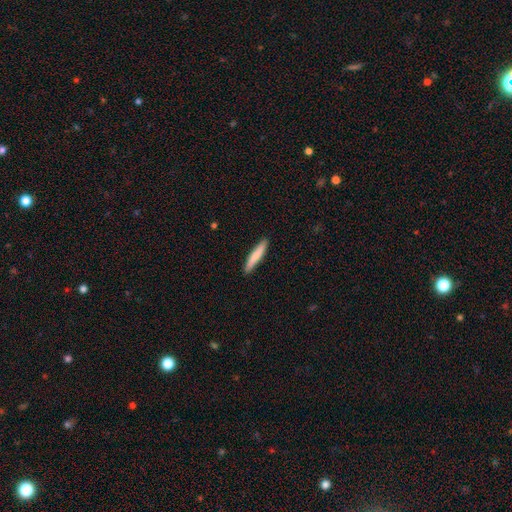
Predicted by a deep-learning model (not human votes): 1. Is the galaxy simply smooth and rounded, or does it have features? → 78% smooth, 17% featured or disk, 5% star or artifact.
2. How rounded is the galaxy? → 92% cigar-shaped, 7% in between, 1% round.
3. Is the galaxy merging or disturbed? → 90% none, 8% minor disturbance, 1% major disturbance, 1% merger.